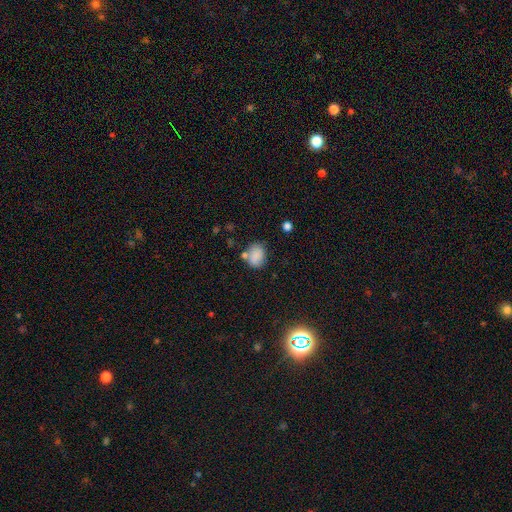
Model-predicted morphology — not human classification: Smooth or featured?
  - smooth: 83% *
  - star or artifact: 10%
  - featured or disk: 8%
How rounded?
  - in between: 56% *
  - round: 42%
  - cigar-shaped: 1%
Merging?
  - none: 61% *
  - minor disturbance: 20%
  - merger: 12%
  - major disturbance: 6%